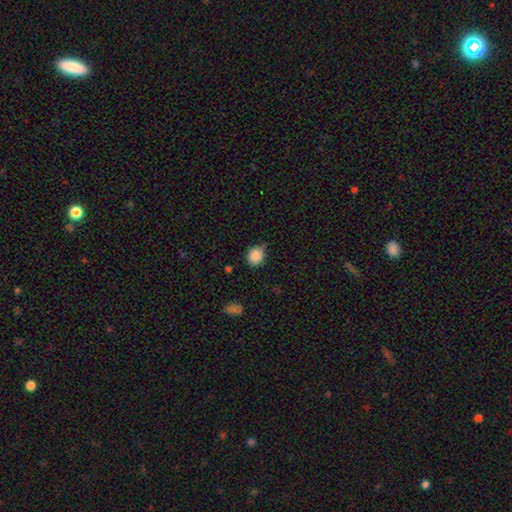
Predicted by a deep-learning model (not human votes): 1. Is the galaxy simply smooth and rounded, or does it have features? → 87% smooth, 9% star or artifact, 4% featured or disk.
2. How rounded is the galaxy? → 79% round, 20% in between, 1% cigar-shaped.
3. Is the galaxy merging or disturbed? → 69% none, 24% minor disturbance, 4% major disturbance, 3% merger.